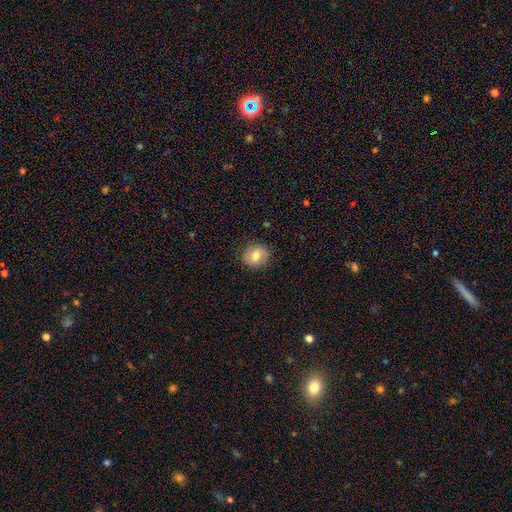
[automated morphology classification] smooth_or_featured: smooth (p=0.71) [alt: featured or disk p=0.21]
how_rounded: round (p=0.80) [alt: in between p=0.19]
merging: none (p=0.86) [alt: minor disturbance p=0.10]